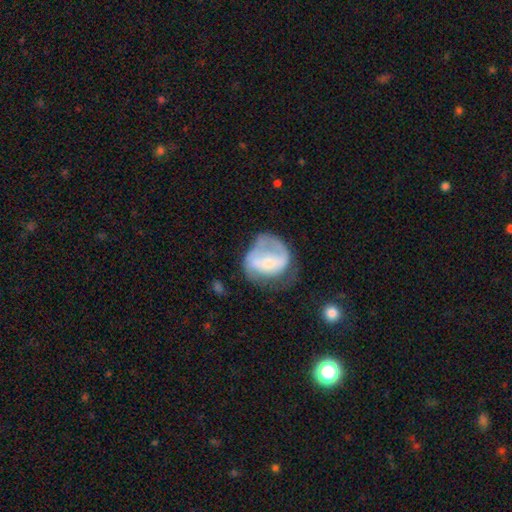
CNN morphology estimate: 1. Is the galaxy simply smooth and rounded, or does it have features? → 58% featured or disk, 35% smooth, 7% star or artifact.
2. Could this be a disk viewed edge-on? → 97% no, 3% yes.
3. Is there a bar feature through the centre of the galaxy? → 58% no, 31% weak, 11% strong.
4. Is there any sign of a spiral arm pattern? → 61% yes, 39% no.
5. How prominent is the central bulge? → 51% small, 34% moderate, 8% none, 5% large, 2% dominant.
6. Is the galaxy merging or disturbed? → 36% none, 34% major disturbance, 25% minor disturbance, 5% merger.